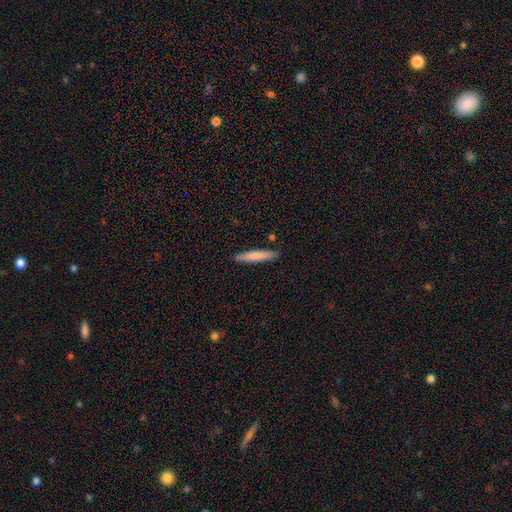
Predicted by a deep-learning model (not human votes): smooth 76%, featured or disk 18%, star or artifact 6%. Down the decision tree: how rounded — cigar-shaped (92%); merging — none (88%).